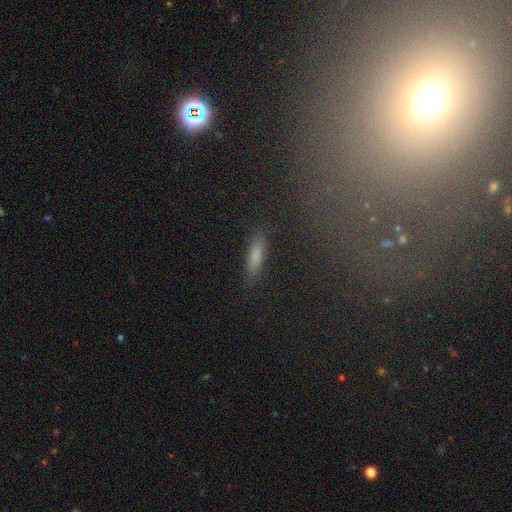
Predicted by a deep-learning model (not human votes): smooth_or_featured: smooth (p=0.80) [alt: featured or disk p=0.10]
how_rounded: cigar-shaped (p=0.70) [alt: in between p=0.27]
merging: none (p=0.86) [alt: minor disturbance p=0.10]